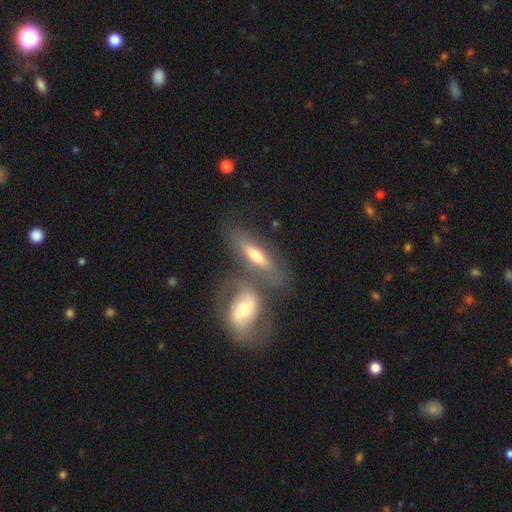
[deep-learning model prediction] featured or disk 48%, smooth 46%, star or artifact 6%. Down the decision tree: merging — none (46%).